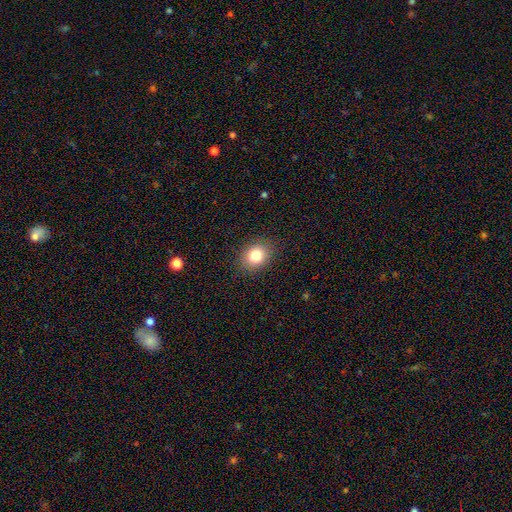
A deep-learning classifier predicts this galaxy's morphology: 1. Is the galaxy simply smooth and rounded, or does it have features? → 82% smooth, 11% star or artifact, 8% featured or disk.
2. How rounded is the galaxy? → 50% in between, 49% round, 1% cigar-shaped.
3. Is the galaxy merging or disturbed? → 87% none, 9% minor disturbance, 3% major disturbance, 1% merger.